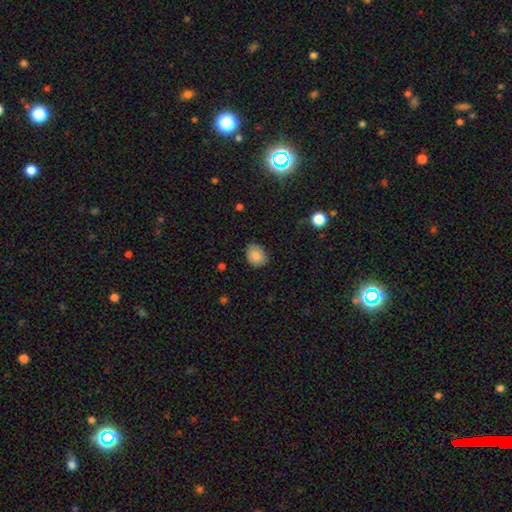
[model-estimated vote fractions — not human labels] Q: Smooth or featured?
A: smooth (86%); runner-up: star or artifact (8%)
Q: How rounded?
A: in between (51%); runner-up: round (48%)
Q: Merging?
A: none (83%); runner-up: minor disturbance (14%)